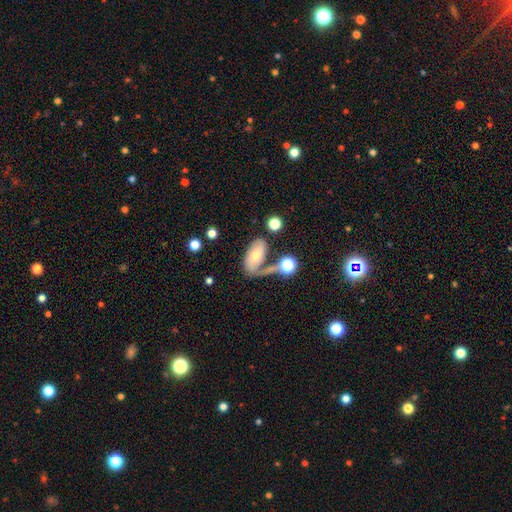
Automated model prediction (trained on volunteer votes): smooth 57%, featured or disk 34%, star or artifact 9%. Down the decision tree: how rounded — in between (90%); merging — none (39%).